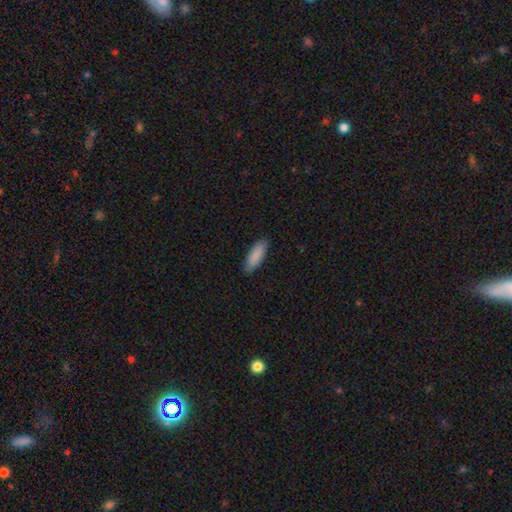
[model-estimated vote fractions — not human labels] Q: Smooth or featured?
A: smooth (88%); runner-up: featured or disk (6%)
Q: How rounded?
A: in between (54%); runner-up: cigar-shaped (44%)
Q: Merging?
A: none (87%); runner-up: minor disturbance (10%)